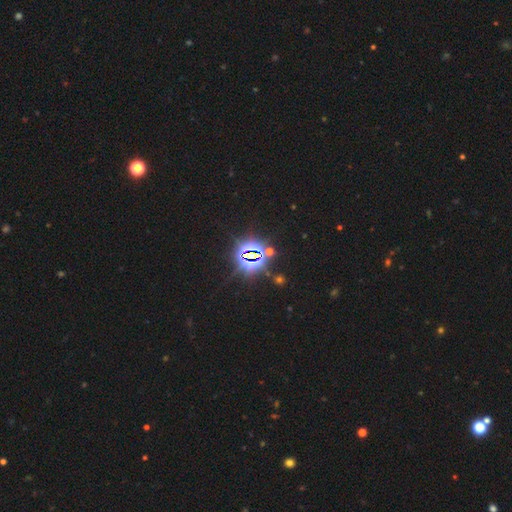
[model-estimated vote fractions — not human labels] Q: Smooth or featured?
A: star or artifact (83%); runner-up: smooth (10%)